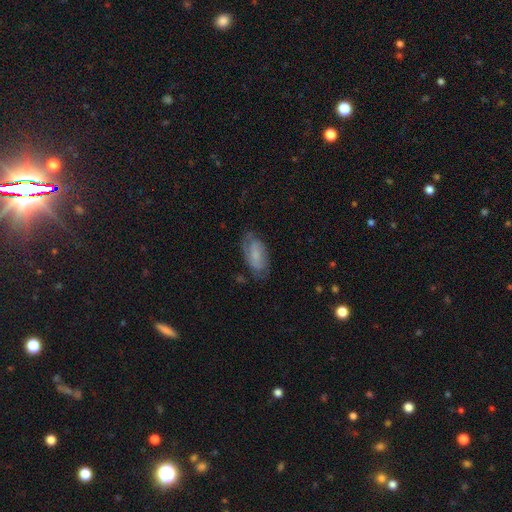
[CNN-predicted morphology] Smooth or featured? featured or disk (47%)
Merging? none (65%)